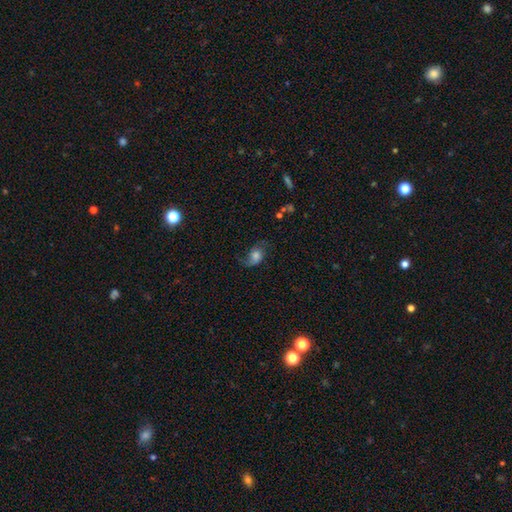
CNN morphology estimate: This appears to be a featured or disk galaxy (45%). Merging: none (54%).